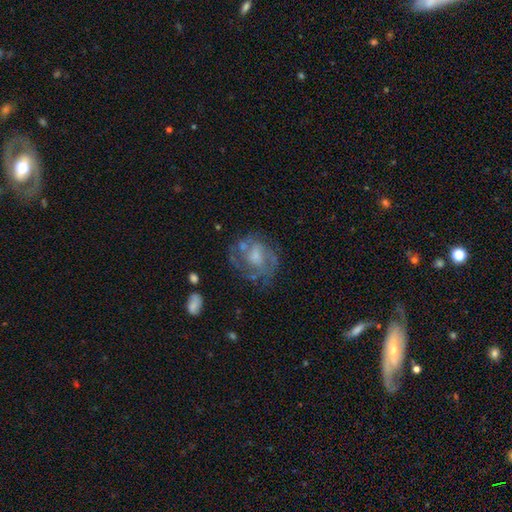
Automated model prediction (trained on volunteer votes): featured or disk 68%, smooth 22%, star or artifact 10%. Down the decision tree: edge-on disk — no (97%); bar — no (57%); spiral arms — yes (67%); bulge size — moderate (43%); merging — none (61%).